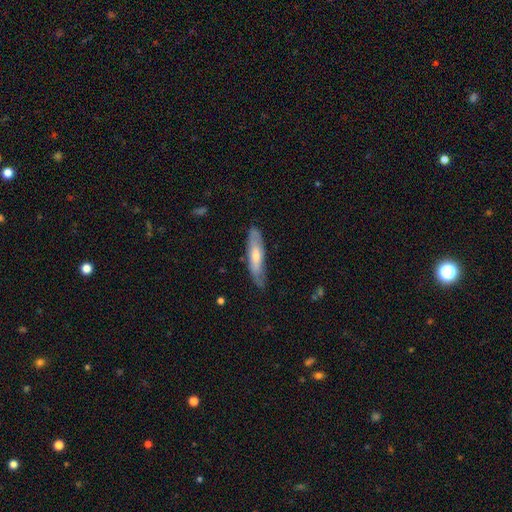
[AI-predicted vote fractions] smooth_or_featured: smooth (p=0.55) [alt: featured or disk p=0.40]
how_rounded: cigar-shaped (p=0.74) [alt: in between p=0.24]
merging: none (p=0.75) [alt: minor disturbance p=0.20]